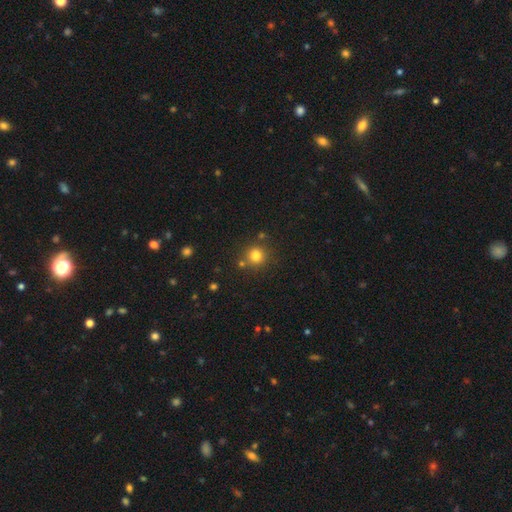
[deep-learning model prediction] Smooth or featured? smooth (80%)
How rounded? round (92%)
Merging? none (79%)